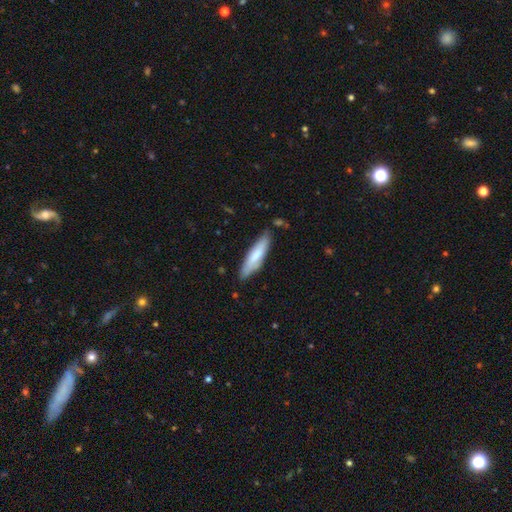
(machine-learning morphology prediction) smooth_or_featured: smooth (p=0.75) [alt: featured or disk p=0.20]
how_rounded: cigar-shaped (p=0.74) [alt: in between p=0.25]
merging: none (p=0.80) [alt: minor disturbance p=0.16]